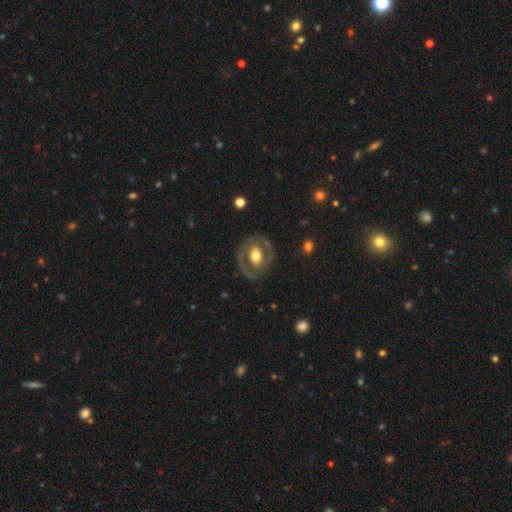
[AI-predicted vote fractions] A featured or disk galaxy (64%) with no bar (55%), no spiral arms (66%) and a moderate central bulge (61%).

Vote fractions:
- Smooth or featured? featured or disk: 64% / smooth: 31% / star or artifact: 5%
- Edge-on disk? no: 95% / yes: 5%
- Bar? no: 55% / weak: 27% / strong: 18%
- Spiral arms? no: 66% / yes: 34%
- Bulge size? moderate: 61% / large: 27% / small: 8% / dominant: 2% / none: 1%
- Merging? none: 76% / minor disturbance: 14% / major disturbance: 9% / merger: 1%